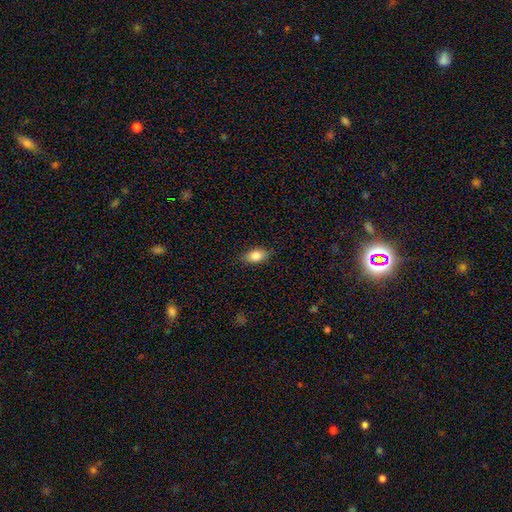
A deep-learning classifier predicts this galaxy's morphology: Smooth or featured: smooth — 85% (featured or disk — 8%)
How rounded: in between — 88% (round — 6%)
Merging: none — 86% (minor disturbance — 11%)